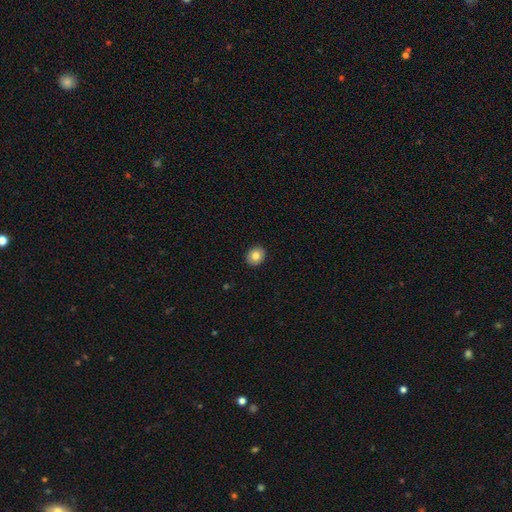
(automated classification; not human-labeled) A smooth galaxy with no disk features (80%) that is round (70%). Merging: none (91%).